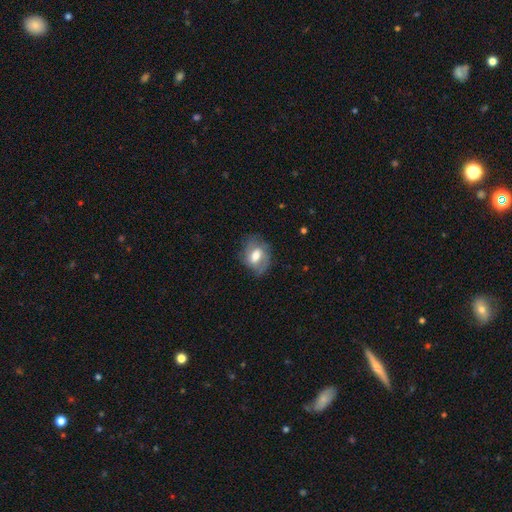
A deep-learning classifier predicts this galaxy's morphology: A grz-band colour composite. It shows a smooth galaxy with no disk features (48%). Merging: none (63%).